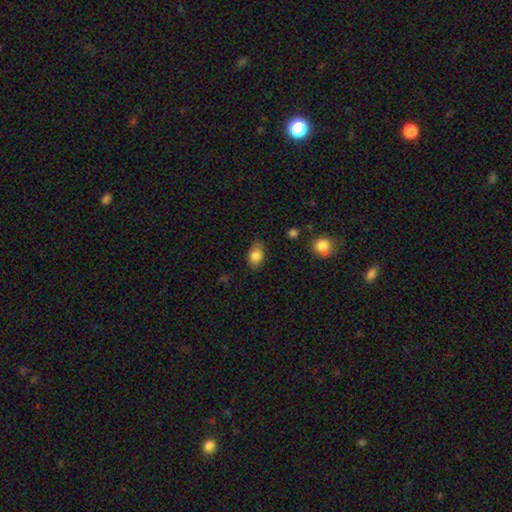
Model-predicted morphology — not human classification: smooth_or_featured: smooth (p=0.83) [alt: star or artifact p=0.09]
how_rounded: in between (p=0.76) [alt: round p=0.23]
merging: none (p=0.76) [alt: minor disturbance p=0.19]